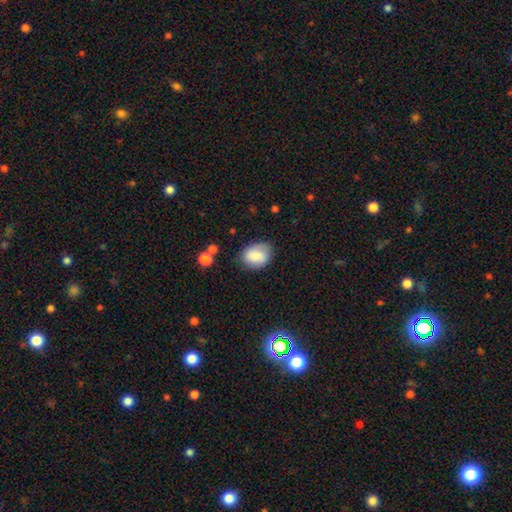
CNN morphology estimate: The model was most divided on "how rounded": in between: 64%, round: 35%, cigar-shaped: 1%. More confident: smooth or featured — smooth (81%); merging — none (73%).